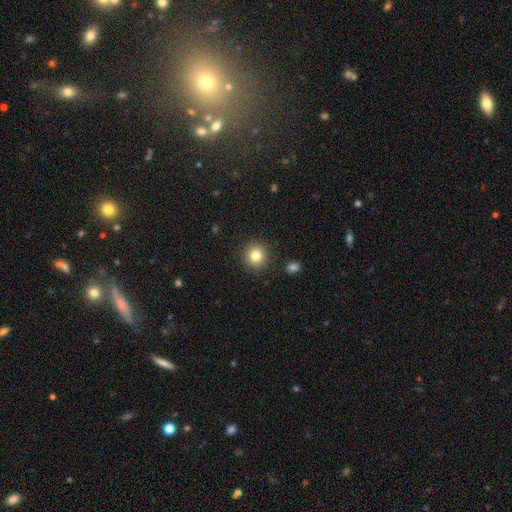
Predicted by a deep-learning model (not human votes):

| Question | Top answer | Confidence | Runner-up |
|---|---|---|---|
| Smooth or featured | smooth | 81% | star or artifact (11%) |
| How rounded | round | 93% | in between (6%) |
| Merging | none | 91% | minor disturbance (6%) |